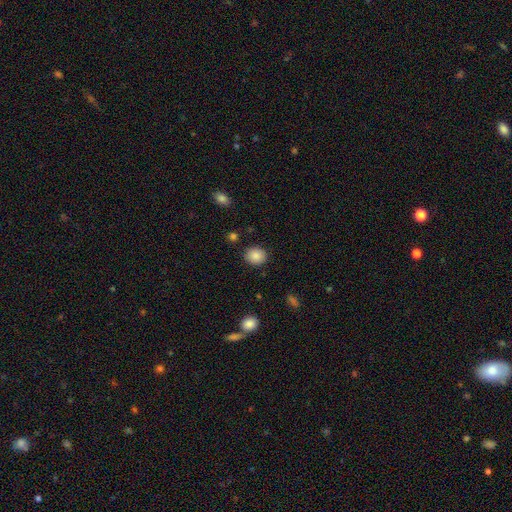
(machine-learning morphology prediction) smooth 87%, star or artifact 9%, featured or disk 4%. Down the decision tree: how rounded — round (72%); merging — none (88%).